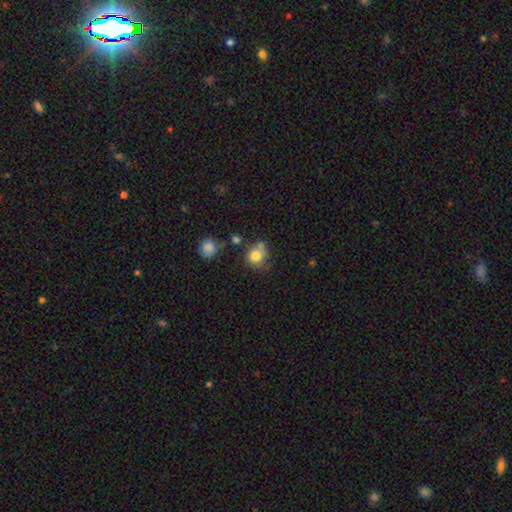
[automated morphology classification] This appears to be a smooth galaxy with no disk features (80%) that is round (82%). Merging: none (56%).